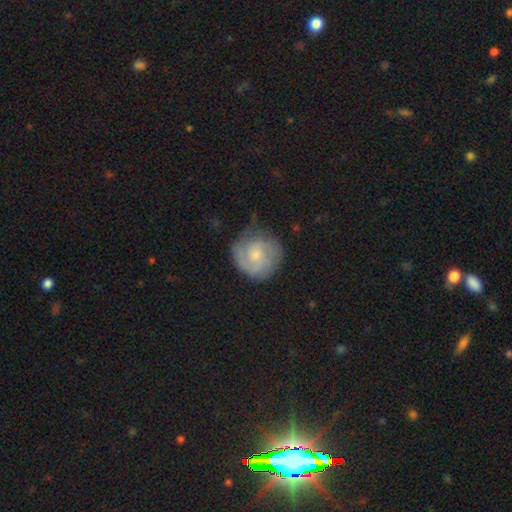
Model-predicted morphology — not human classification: Smooth or featured? Predicted: featured or disk (p=0.67). Edge-on disk? Predicted: no (p=0.98). Bar? Predicted: no (p=0.65). Spiral arms? Predicted: yes (p=0.92). Spiral winding? Predicted: tight (p=0.53). Spiral arm count? Predicted: 2 (p=0.49). Bulge size? Predicted: small (p=0.54). Merging? Predicted: none (p=0.70).